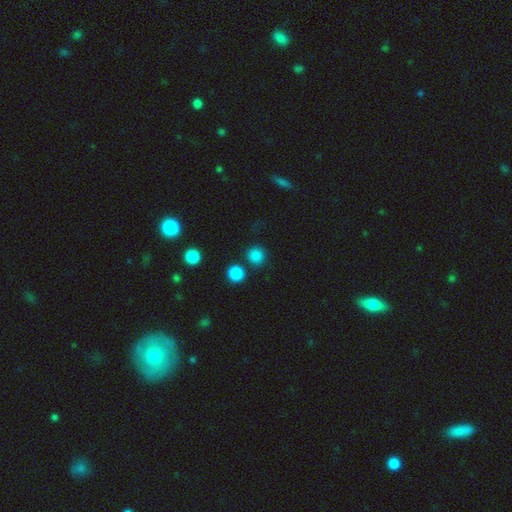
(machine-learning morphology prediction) A smooth galaxy with no disk features (83%) that is round (90%). Merging: none (80%).